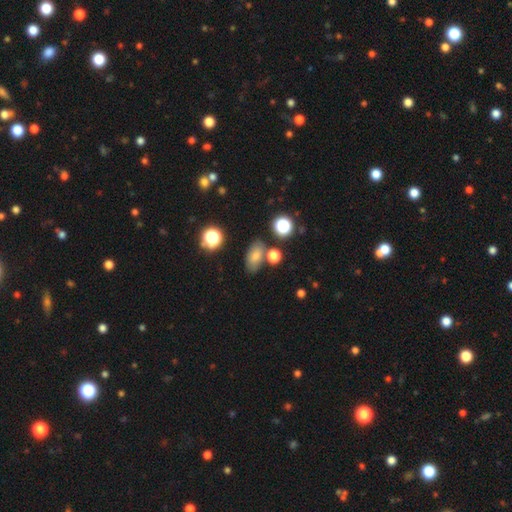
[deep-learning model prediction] Overall: smooth (74%). How rounded: in between (85%). Merging: none (71%).